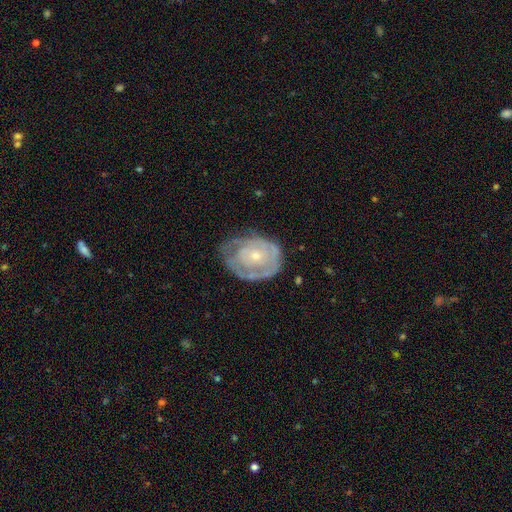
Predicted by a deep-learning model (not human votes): smooth-or-featured: featured or disk: 72% | smooth: 22% | star or artifact: 6%
  disk-edge-on: no: 97% | yes: 3%
    bar: no: 84% | weak: 13% | strong: 3%
    has-spiral-arms: yes: 69% | no: 31%
    bulge-size: small: 65% | moderate: 30% | none: 2% | large: 2% | dominant: 1%
  merging: none: 56% | minor disturbance: 27% | major disturbance: 15% | merger: 2%